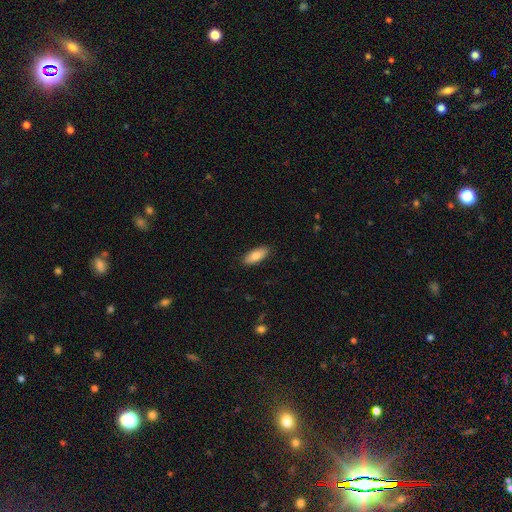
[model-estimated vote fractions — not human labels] smooth_or_featured: smooth (p=0.82) [alt: featured or disk p=0.12]
how_rounded: in between (p=0.82) [alt: cigar-shaped p=0.16]
merging: none (p=0.89) [alt: minor disturbance p=0.08]